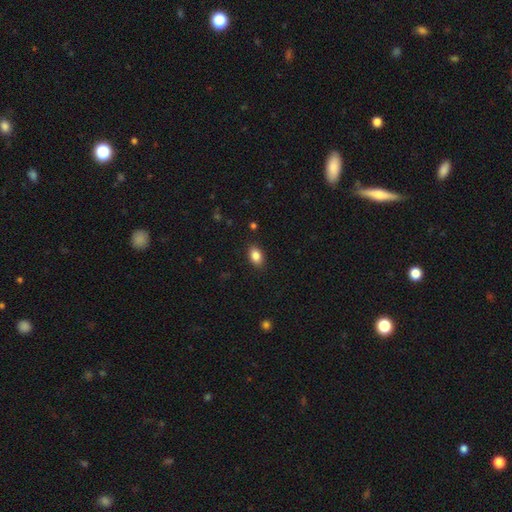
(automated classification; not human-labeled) Overall: smooth (86%). How rounded: in between (85%). Merging: none (88%).